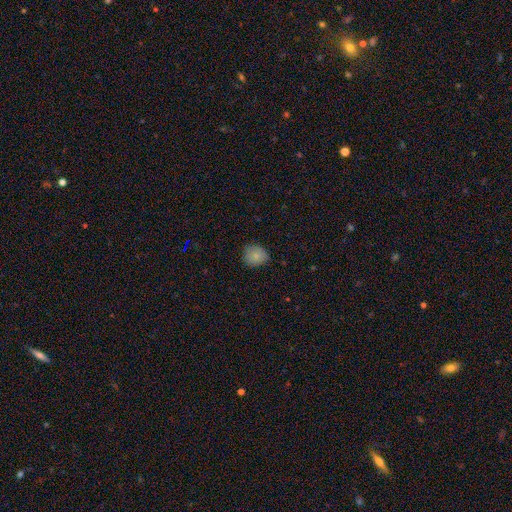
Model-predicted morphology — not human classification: Overall: smooth (84%). How rounded: round (77%). Merging: none (79%).